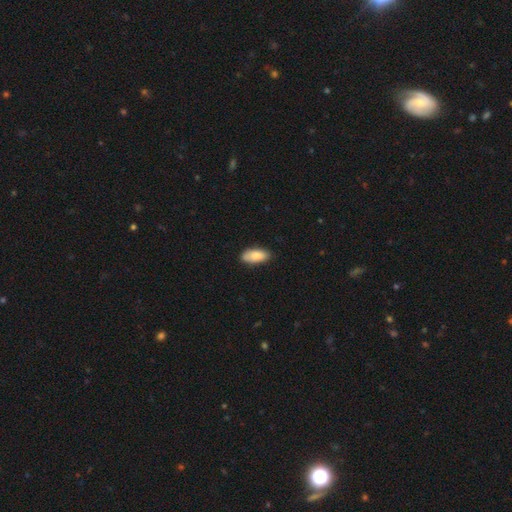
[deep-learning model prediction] Smooth or featured? smooth (84%)
How rounded? in between (89%)
Merging? none (83%)